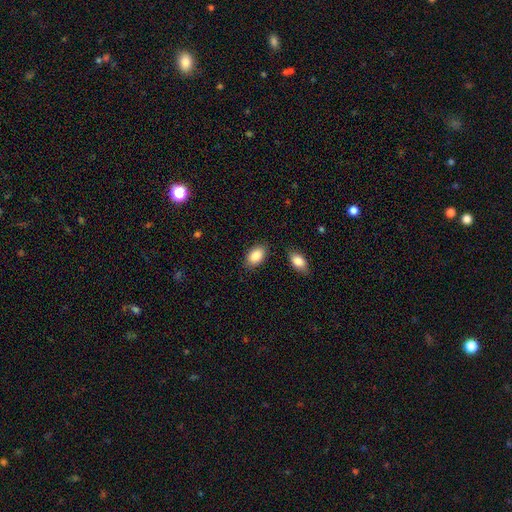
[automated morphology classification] type=smooth (87%); roundness=in between (91%); merging=none (84%).